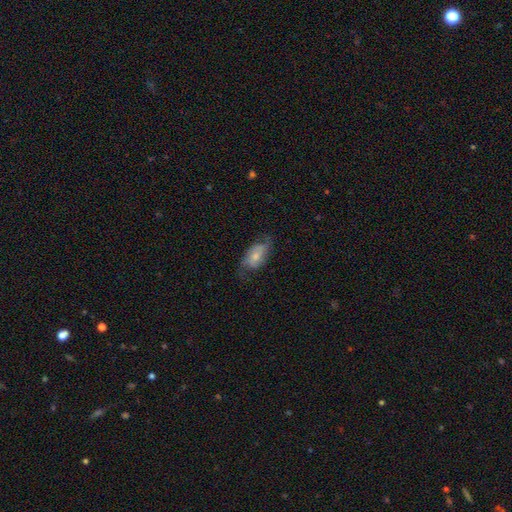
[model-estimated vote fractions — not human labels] smooth_or_featured: featured or disk (p=0.47) [alt: smooth p=0.46]
merging: none (p=0.58) [alt: minor disturbance p=0.27]